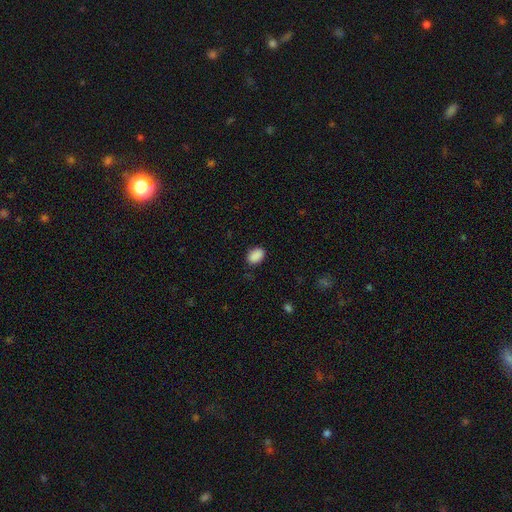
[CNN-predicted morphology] Smooth or featured? Predicted: smooth (p=0.89). How rounded? Predicted: in between (p=0.81). Merging? Predicted: none (p=0.81).